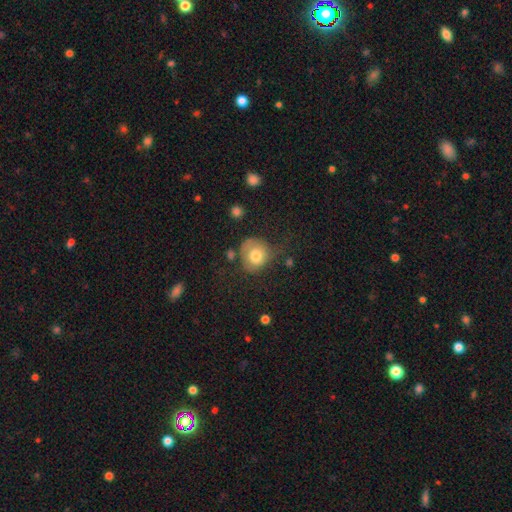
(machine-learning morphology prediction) Smooth or featured?
  - smooth: 73% *
  - featured or disk: 18%
  - star or artifact: 9%
How rounded?
  - round: 78% *
  - in between: 21%
  - cigar-shaped: 1%
Merging?
  - none: 43% *
  - minor disturbance: 27%
  - major disturbance: 24%
  - merger: 5%